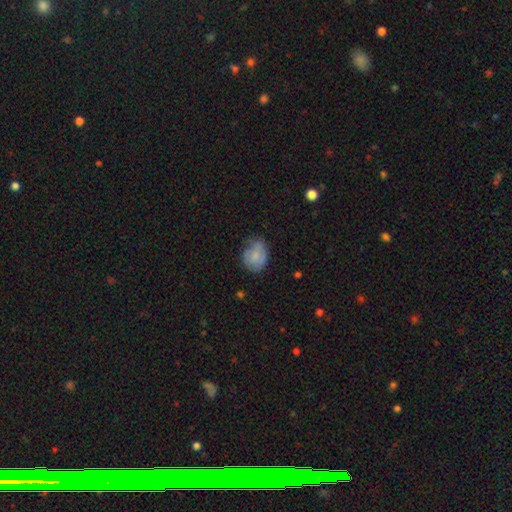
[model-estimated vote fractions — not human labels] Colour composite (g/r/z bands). It shows a smooth galaxy with no disk features (69%) that is in between round and cigar-shaped (50%). Merging: none (56%).